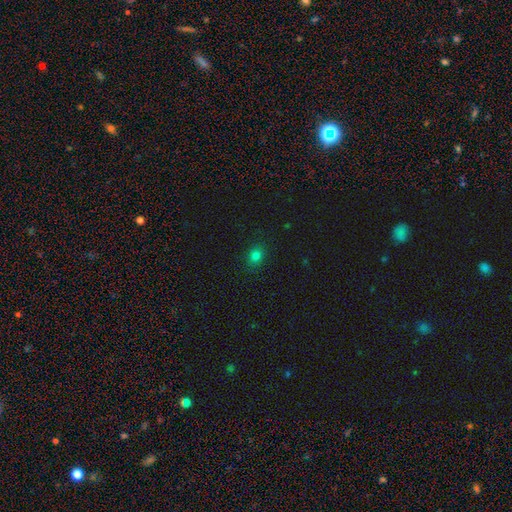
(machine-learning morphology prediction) Smooth or featured? Predicted: smooth (p=0.78). How rounded? Predicted: round (p=0.60). Merging? Predicted: none (p=0.89).